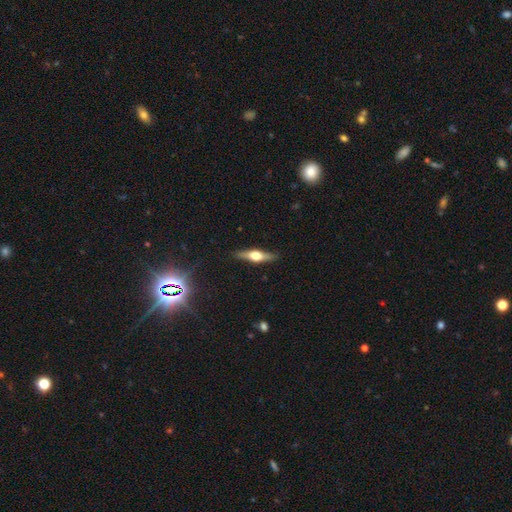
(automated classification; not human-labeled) A featured or disk galaxy (61%) viewed edge-on (95%) with a rounded central bulge (95%).

Vote fractions:
- Smooth or featured? featured or disk: 61% / smooth: 33% / star or artifact: 6%
- Edge-on disk? yes: 95% / no: 5%
- Edge-on bulge? rounded: 95% / boxy: 4% / none: 2%
- Merging? none: 88% / minor disturbance: 9% / major disturbance: 2% / merger: 1%